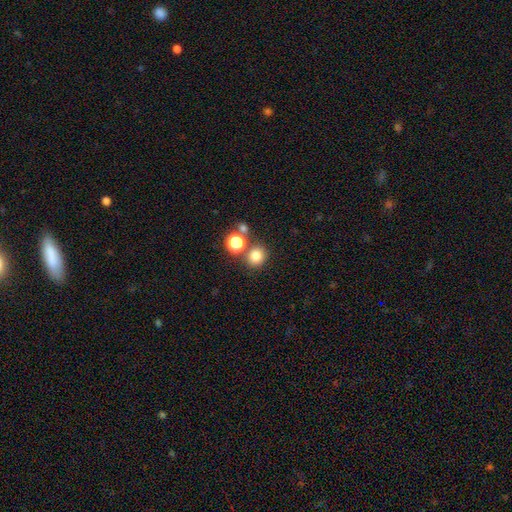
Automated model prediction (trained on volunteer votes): Overall: smooth (78%). How rounded: round (83%). Merging: none (74%).